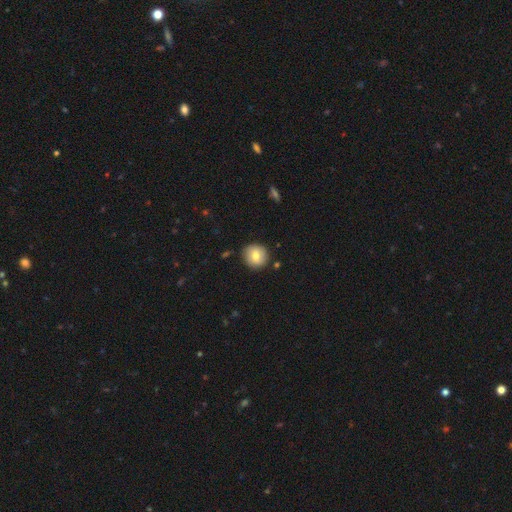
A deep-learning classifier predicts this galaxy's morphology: Overall: smooth (75%). How rounded: round (93%). Merging: none (86%).